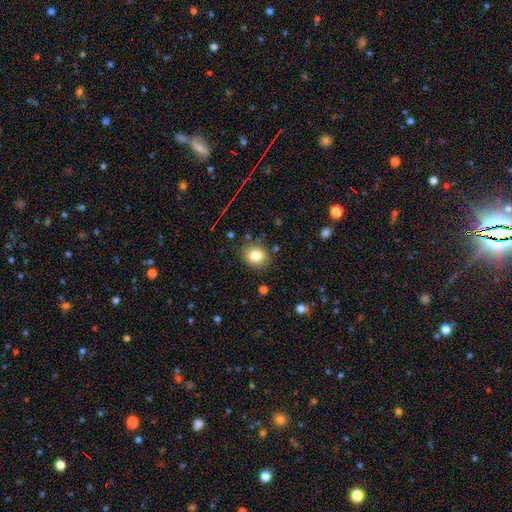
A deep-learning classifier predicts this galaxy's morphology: smooth-or-featured: smooth: 81% | star or artifact: 11% | featured or disk: 9%
  how-rounded: round: 59% | in between: 40% | cigar-shaped: 1%
  merging: none: 84% | minor disturbance: 11% | major disturbance: 3% | merger: 2%